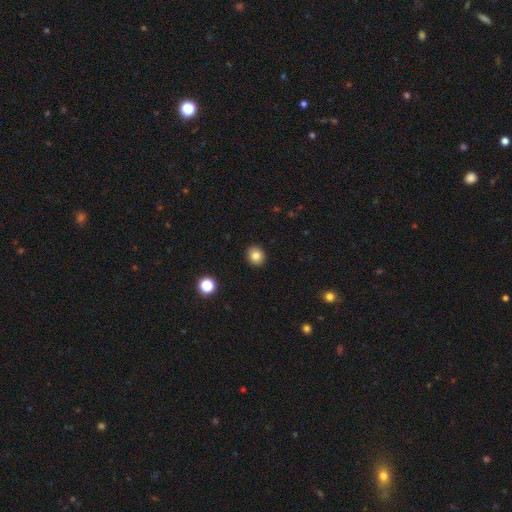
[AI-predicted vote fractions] The model was most divided on "how rounded": round: 73%, in between: 26%, cigar-shaped: 1%. More confident: merging — none (92%); smooth or featured — smooth (82%).